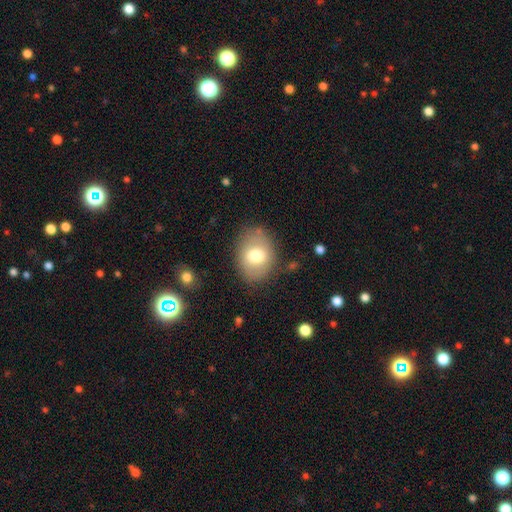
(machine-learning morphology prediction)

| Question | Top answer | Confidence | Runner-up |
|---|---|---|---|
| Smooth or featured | smooth | 73% | featured or disk (19%) |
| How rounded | in between | 58% | round (41%) |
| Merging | none | 78% | minor disturbance (14%) |